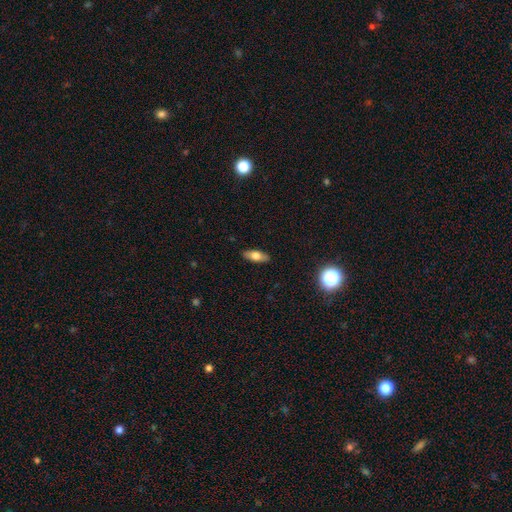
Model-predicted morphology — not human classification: Smooth or featured: smooth — 67% (featured or disk — 25%)
How rounded: in between — 74% (cigar-shaped — 23%)
Merging: none — 88% (minor disturbance — 9%)